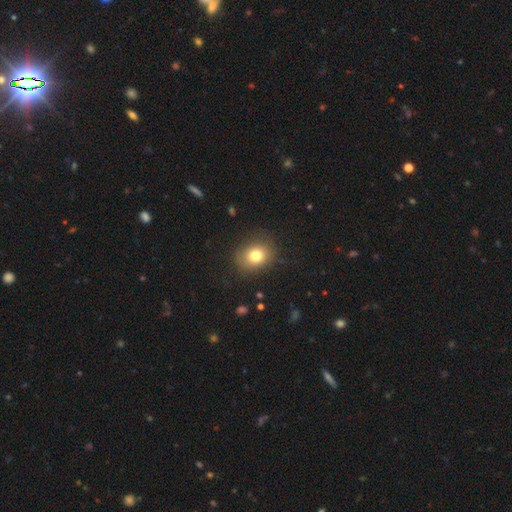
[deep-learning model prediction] A smooth galaxy with no disk features (78%) that is round (59%).

Vote fractions:
- Smooth or featured? smooth: 78% / star or artifact: 11% / featured or disk: 11%
- How rounded? round: 59% / in between: 40% / cigar-shaped: 1%
- Merging? none: 81% / minor disturbance: 13% / major disturbance: 5% / merger: 1%